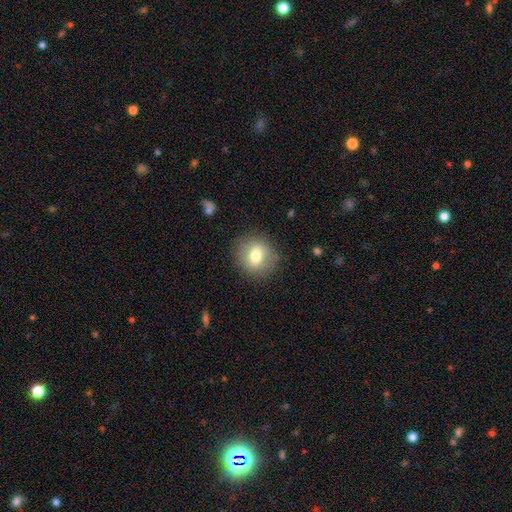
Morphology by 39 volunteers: A smooth galaxy with no disk features (74%) that is round (83%). Merging: none (81%).